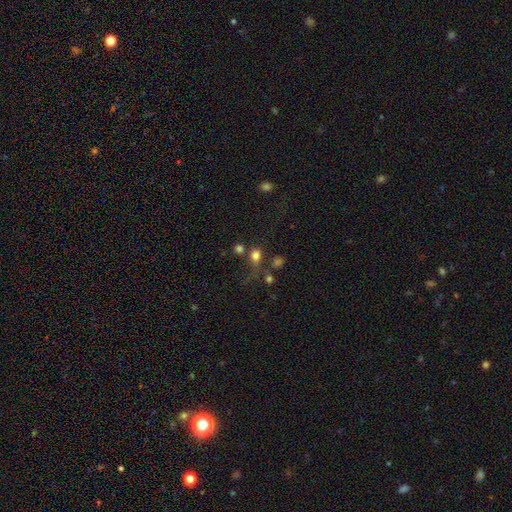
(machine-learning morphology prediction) Smooth or featured? smooth (77%)
How rounded? round (53%)
Merging? none (54%)